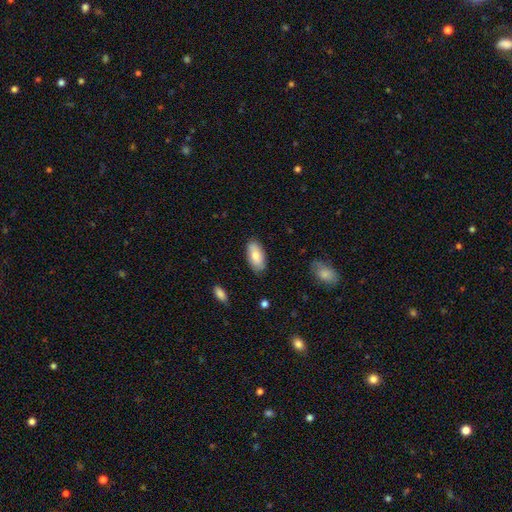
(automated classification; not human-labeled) The model was most divided on "smooth or featured": smooth: 80%, featured or disk: 14%, star or artifact: 6%. More confident: how rounded — in between (93%); merging — none (83%).